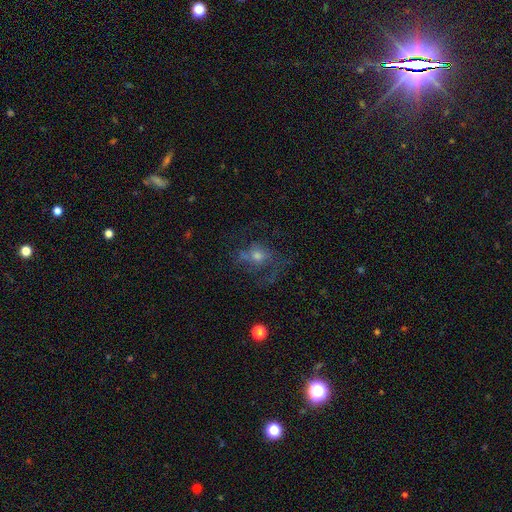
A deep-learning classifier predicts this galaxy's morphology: type=featured or disk (52%); edge-on=no (95%); merging=none (50%).